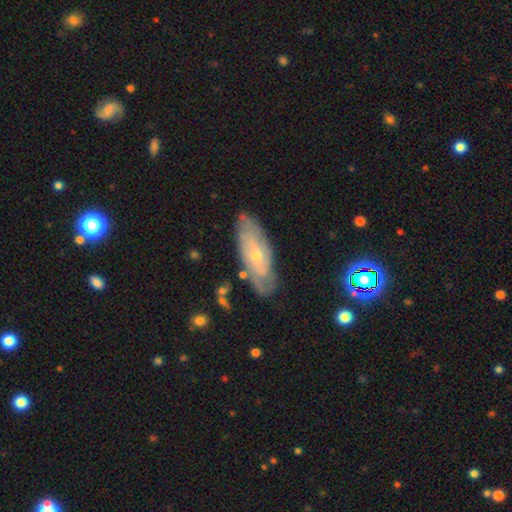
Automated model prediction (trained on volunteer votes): A featured or disk galaxy (71%) with no bar (65%), spiral arms (84%) and a small central bulge (62%).

Vote fractions:
- Smooth or featured? featured or disk: 71% / smooth: 23% / star or artifact: 7%
- Edge-on disk? no: 84% / yes: 16%
- Bar? no: 65% / weak: 29% / strong: 6%
- Spiral arms? yes: 84% / no: 16%
- Bulge size? small: 62% / moderate: 35% / none: 1% / large: 1% / dominant: 1%
- Merging? none: 75% / minor disturbance: 18% / major disturbance: 4% / merger: 2%